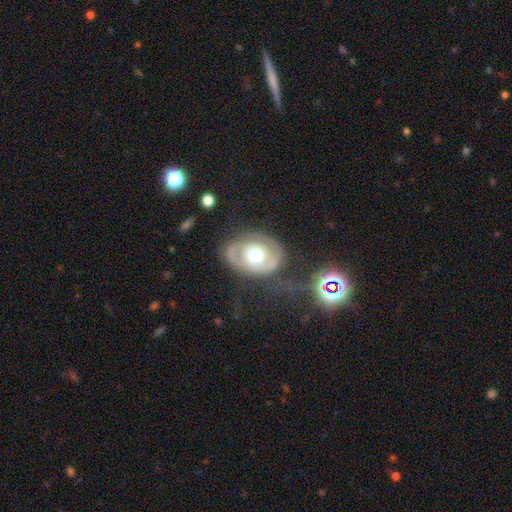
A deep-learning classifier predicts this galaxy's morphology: Smooth or featured?
  - featured or disk: 63% *
  - smooth: 30%
  - star or artifact: 7%
Edge-on disk?
  - no: 94% *
  - yes: 6%
Bar?
  - no: 86% *
  - weak: 11%
  - strong: 4%
Spiral arms?
  - no: 58% *
  - yes: 42%
Bulge size?
  - moderate: 57% *
  - large: 34%
  - dominant: 4%
  - small: 4%
  - none: 1%
Merging?
  - none: 61% *
  - minor disturbance: 20%
  - major disturbance: 16%
  - merger: 3%